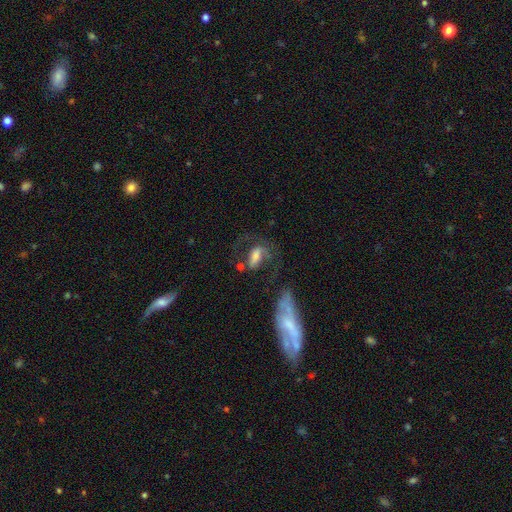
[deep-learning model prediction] featured or disk 58%, smooth 31%, star or artifact 11%. Down the decision tree: edge-on disk — no (92%); bar — weak (38%); spiral arms — yes (76%); bulge size — moderate (39%); merging — none (43%).